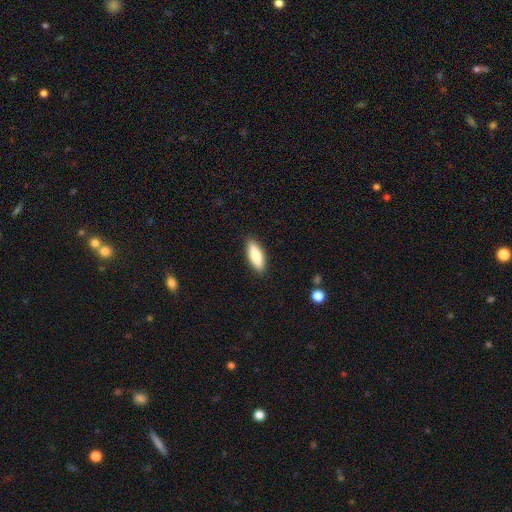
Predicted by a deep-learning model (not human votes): Q: Smooth or featured?
A: smooth (79%); runner-up: featured or disk (15%)
Q: How rounded?
A: in between (57%); runner-up: cigar-shaped (41%)
Q: Merging?
A: none (89%); runner-up: minor disturbance (8%)